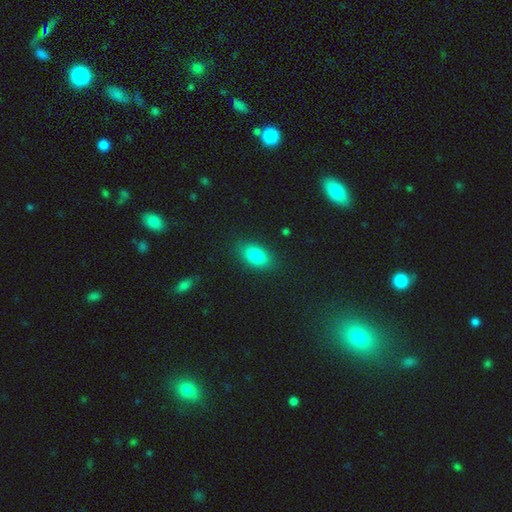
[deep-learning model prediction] The model was most divided on "smooth or featured": smooth: 83%, star or artifact: 9%, featured or disk: 8%. More confident: how rounded — in between (89%); merging — none (86%).